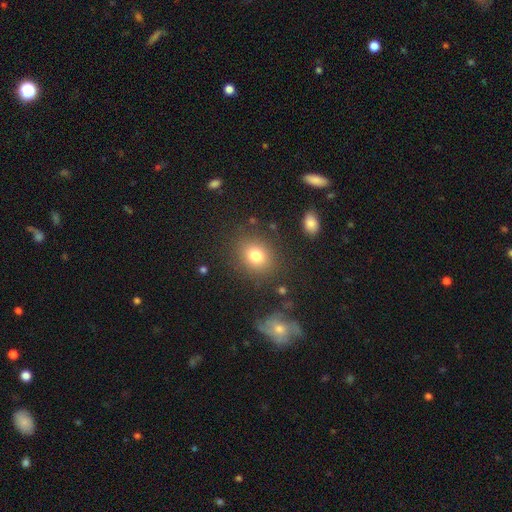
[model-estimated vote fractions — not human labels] Morphology: type=smooth (78%); roundness=round (66%); merging=none (84%).